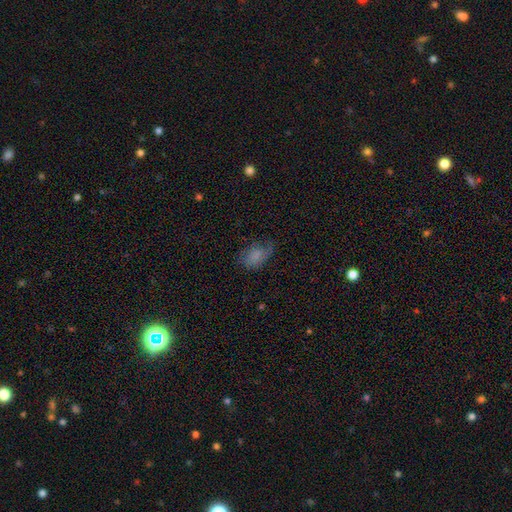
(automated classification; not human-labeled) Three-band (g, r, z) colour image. It shows a smooth galaxy with no disk features (62%) that is in between round and cigar-shaped (85%). Merging: none (52%).